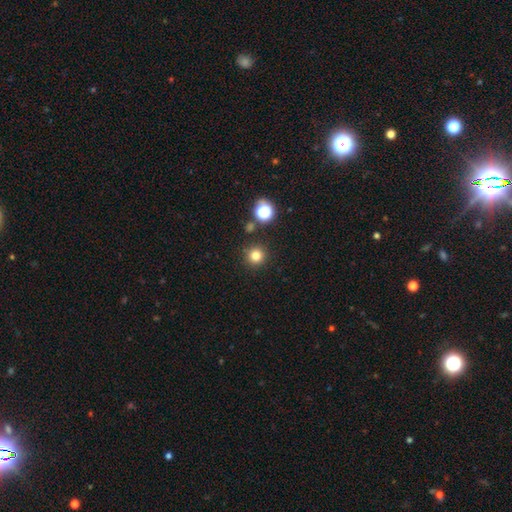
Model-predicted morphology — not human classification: smooth 79%, star or artifact 16%, featured or disk 6%. Down the decision tree: how rounded — round (95%); merging — none (89%).